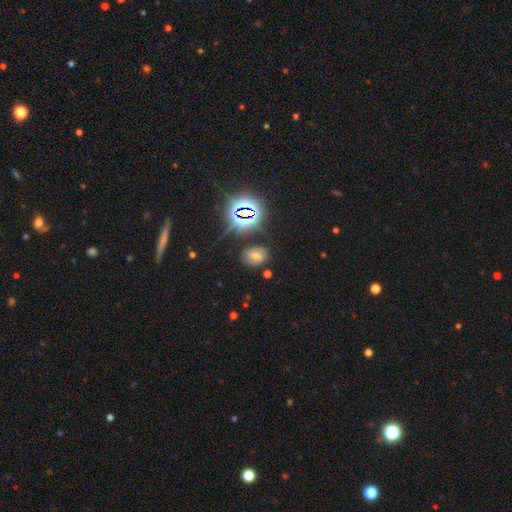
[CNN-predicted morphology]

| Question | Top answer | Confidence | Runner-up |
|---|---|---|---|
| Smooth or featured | star or artifact | 43% | smooth (35%) |